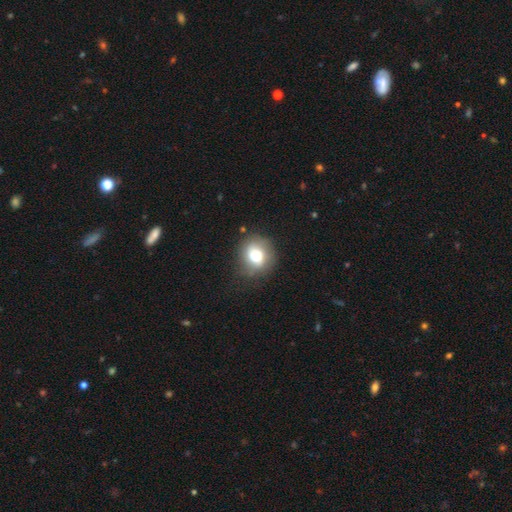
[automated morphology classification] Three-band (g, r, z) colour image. It shows a smooth galaxy with no disk features (70%) that is round (76%). Merging: none (76%).